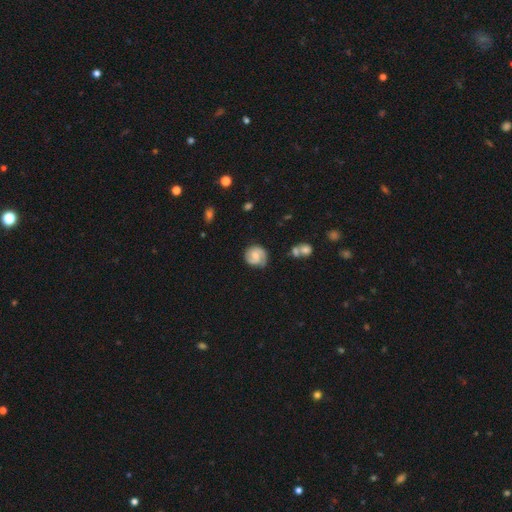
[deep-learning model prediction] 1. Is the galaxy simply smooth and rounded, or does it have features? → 67% featured or disk, 26% smooth, 7% star or artifact.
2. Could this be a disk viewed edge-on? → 98% no, 2% yes.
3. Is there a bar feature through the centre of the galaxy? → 47% no, 44% weak, 8% strong.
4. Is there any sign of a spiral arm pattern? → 94% yes, 6% no.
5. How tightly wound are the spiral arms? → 44% medium, 42% tight, 15% loose.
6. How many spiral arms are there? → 77% 2, 9% can't tell, 6% 3, 6% 1, 1% 4, 1% more than 4.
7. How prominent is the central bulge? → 35% small, 29% moderate, 28% none, 6% large, 1% dominant.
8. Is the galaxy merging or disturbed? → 75% none, 17% minor disturbance, 6% major disturbance, 3% merger.